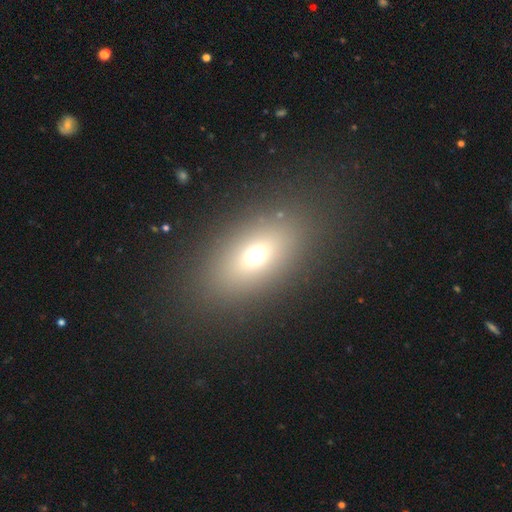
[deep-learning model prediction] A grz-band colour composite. It shows a smooth galaxy with no disk features (66%) that is in between round and cigar-shaped (81%). Merging: none (86%).